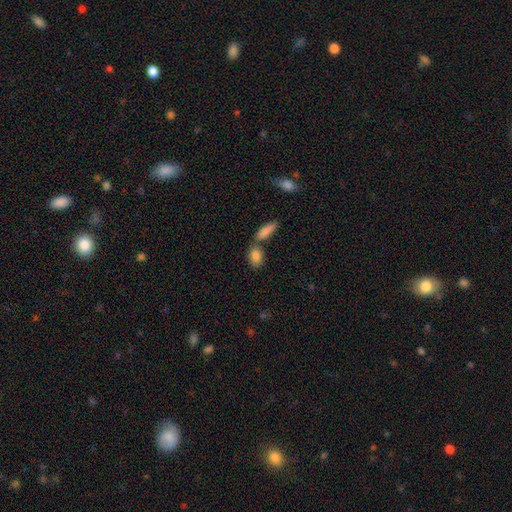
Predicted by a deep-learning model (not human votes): smooth_or_featured: smooth (p=0.85) [alt: featured or disk p=0.08]
how_rounded: in between (p=0.83) [alt: round p=0.11]
merging: none (p=0.55) [alt: merger p=0.31]